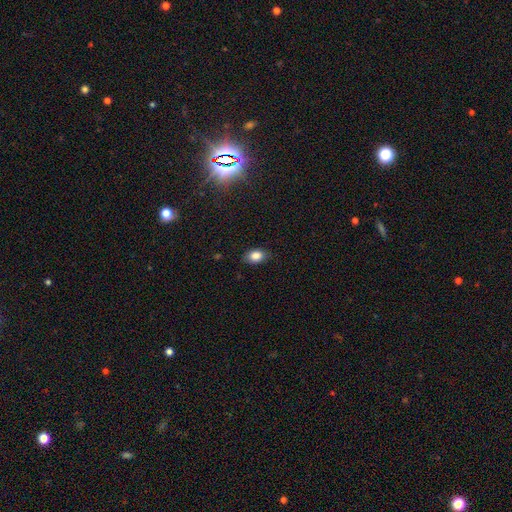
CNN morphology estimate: The model was most divided on "merging": none: 82%, minor disturbance: 14%, major disturbance: 3%, merger: 1%. More confident: smooth or featured — smooth (84%); how rounded — in between (84%).